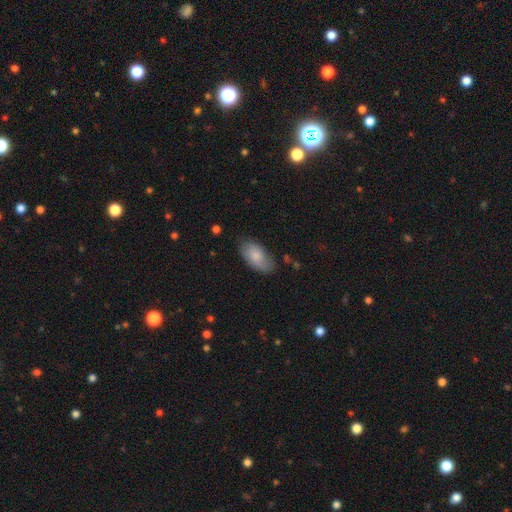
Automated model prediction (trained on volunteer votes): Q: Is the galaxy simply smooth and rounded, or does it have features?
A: smooth — 74%.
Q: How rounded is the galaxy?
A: in between — 94%.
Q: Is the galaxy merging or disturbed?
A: none — 68%.